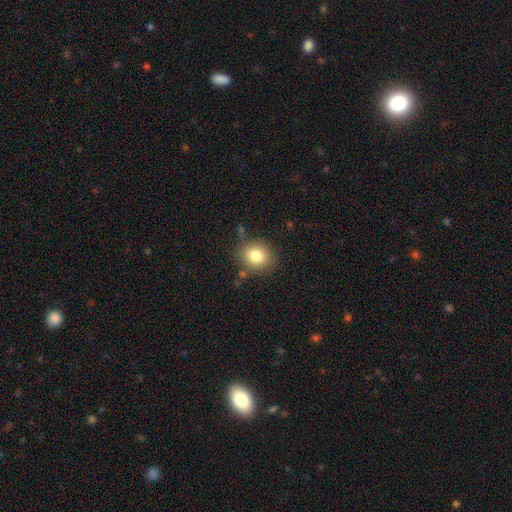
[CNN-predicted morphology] A smooth galaxy with no disk features (81%) that is round (67%).

Vote fractions:
- Smooth or featured? smooth: 81% / star or artifact: 11% / featured or disk: 9%
- How rounded? round: 67% / in between: 32% / cigar-shaped: 1%
- Merging? none: 80% / minor disturbance: 13% / major disturbance: 4% / merger: 3%